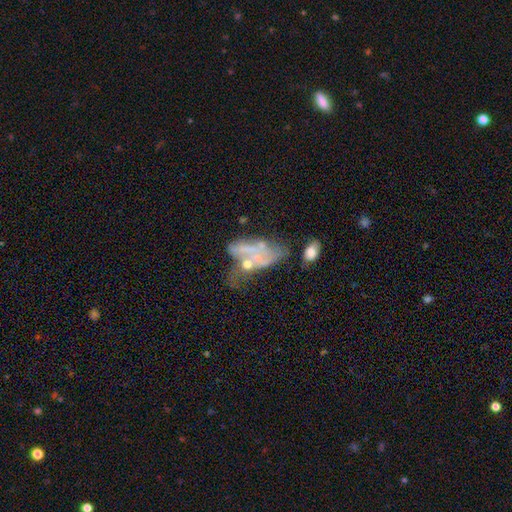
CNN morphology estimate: The model was most divided on "merging": merger: 33%, major disturbance: 31%, none: 21%, minor disturbance: 15%. Remaining: edge-on disk — no (93%); bar — no (77%); smooth or featured — featured or disk (62%); spiral arms — no (60%); bulge size — small (44%).